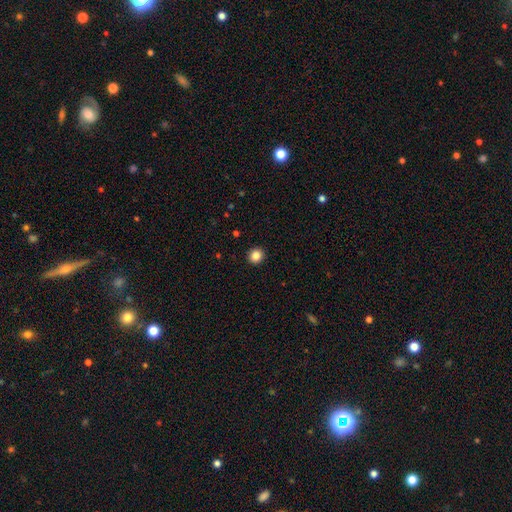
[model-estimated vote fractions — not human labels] A smooth galaxy with no disk features (85%) that is round (92%). Merging: none (93%).